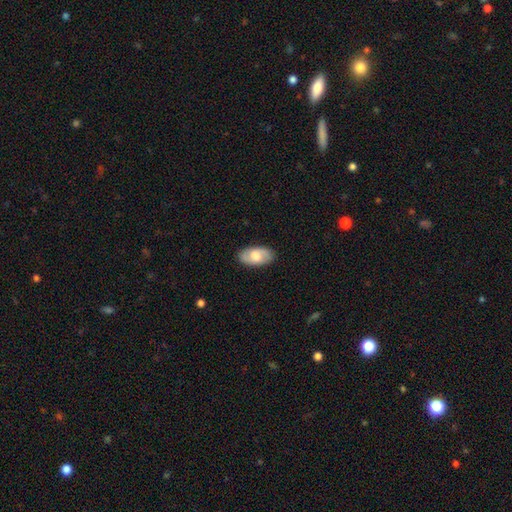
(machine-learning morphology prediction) The model was most divided on "smooth or featured": smooth: 58%, featured or disk: 36%, star or artifact: 6%. More confident: how rounded — in between (94%); merging — none (87%).